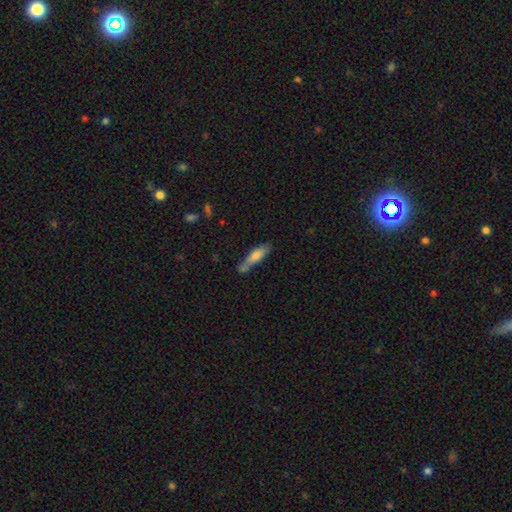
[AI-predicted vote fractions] A smooth galaxy with no disk features (73%) that is cigar-shaped (73%).

Vote fractions:
- Smooth or featured? smooth: 73% / featured or disk: 20% / star or artifact: 6%
- How rounded? cigar-shaped: 73% / in between: 25% / round: 2%
- Merging? none: 52% / minor disturbance: 28% / merger: 12% / major disturbance: 8%